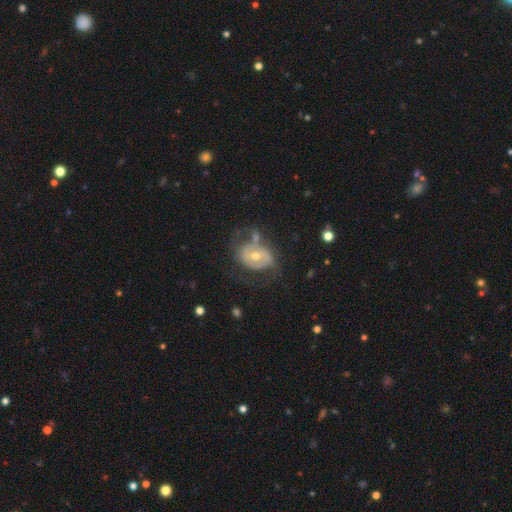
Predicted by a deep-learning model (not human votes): This appears to be a featured or disk galaxy (70%) with no bar (53%), spiral arms (57%) and a moderate central bulge (64%). Merging: none (37%).